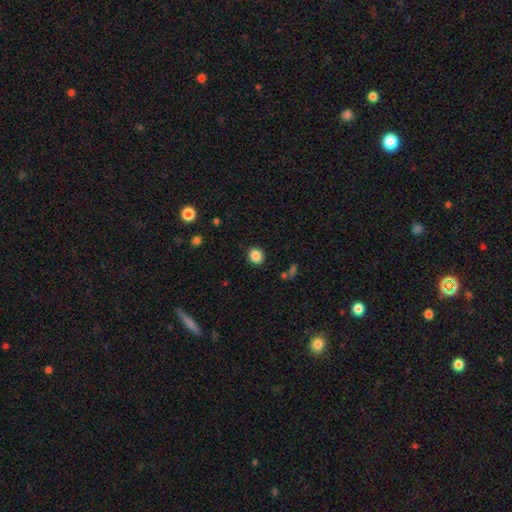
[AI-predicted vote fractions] This appears to be a smooth galaxy with no disk features (86%) that is round (82%). Merging: none (88%).